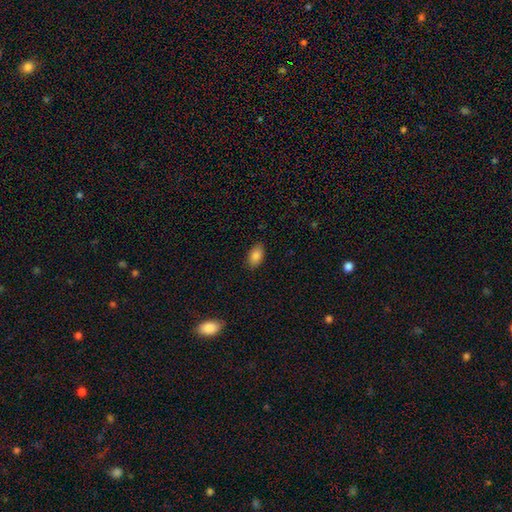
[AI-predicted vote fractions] This appears to be a smooth galaxy with no disk features (85%) that is in between round and cigar-shaped (92%). Merging: none (87%).